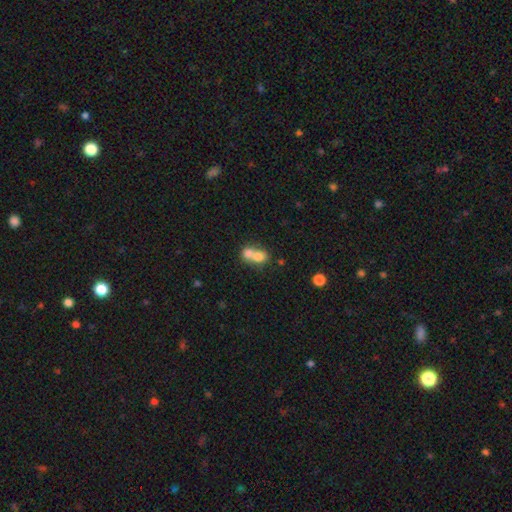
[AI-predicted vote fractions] A smooth galaxy with no disk features (73%) that is round (58%).

Vote fractions:
- Smooth or featured? smooth: 73% / featured or disk: 17% / star or artifact: 10%
- How rounded? round: 58% / in between: 41% / cigar-shaped: 1%
- Merging? merger: 70% / none: 22% / minor disturbance: 5% / major disturbance: 3%